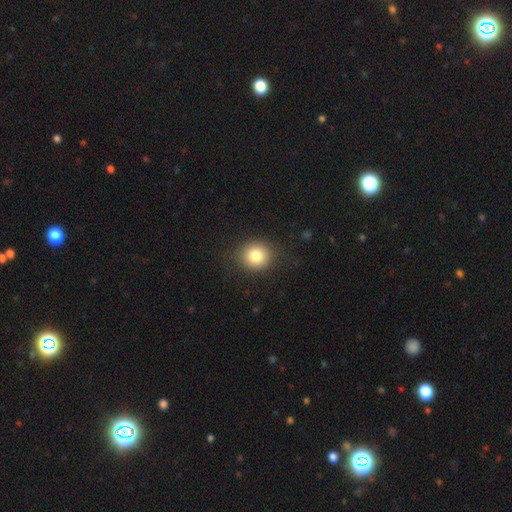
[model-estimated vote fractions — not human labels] smooth-or-featured: smooth: 82% | star or artifact: 10% | featured or disk: 7%
  how-rounded: round: 83% | in between: 16% | cigar-shaped: 1%
  merging: none: 88% | minor disturbance: 8% | major disturbance: 3% | merger: 1%